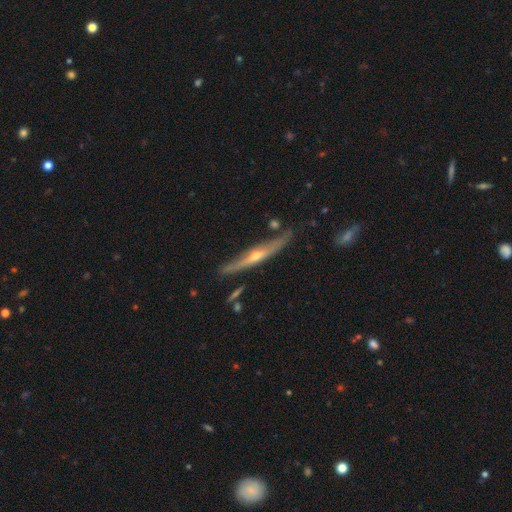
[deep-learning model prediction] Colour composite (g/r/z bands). It shows a featured or disk galaxy (78%) viewed edge-on (93%) with a rounded central bulge (88%). Merging: none (75%).